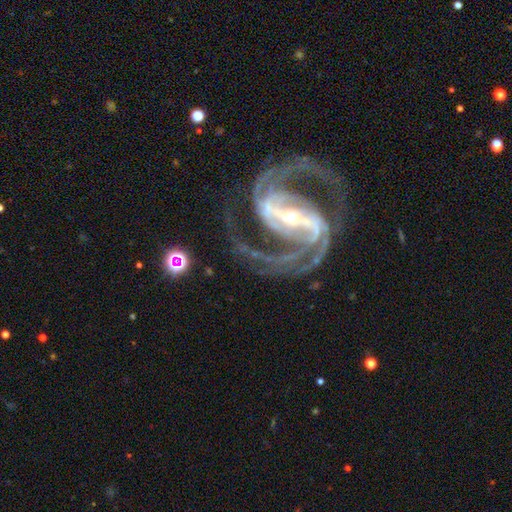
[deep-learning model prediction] Smooth or featured: featured or disk — 93% (star or artifact — 5%)
Edge-on disk: no — 97% (yes — 3%)
Bar: strong — 80% (weak — 15%)
Spiral arms: yes — 99% (no — 1%)
Spiral winding: medium — 60% (tight — 30%)
Spiral arm count: 2 — 92% (3 — 3%)
Bulge size: small — 63% (moderate — 30%)
Merging: none — 76% (minor disturbance — 12%)